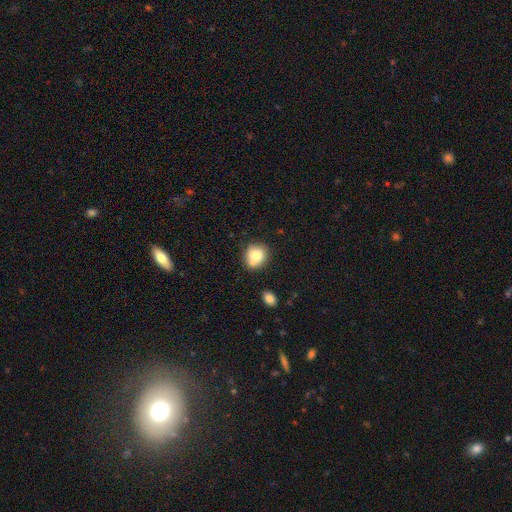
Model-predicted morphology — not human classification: Smooth or featured: smooth — 82% (star or artifact — 9%)
How rounded: round — 75% (in between — 24%)
Merging: none — 74% (minor disturbance — 18%)